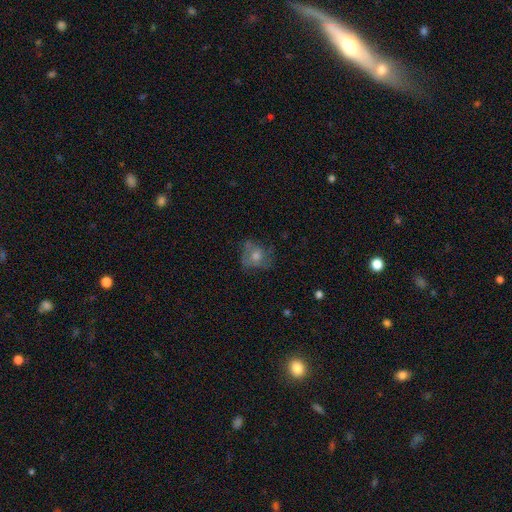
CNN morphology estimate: A smooth galaxy with no disk features (46%).

Vote fractions:
- Smooth or featured? smooth: 46% / featured or disk: 39% / star or artifact: 15%
- Merging? none: 58% / minor disturbance: 24% / major disturbance: 17% / merger: 2%